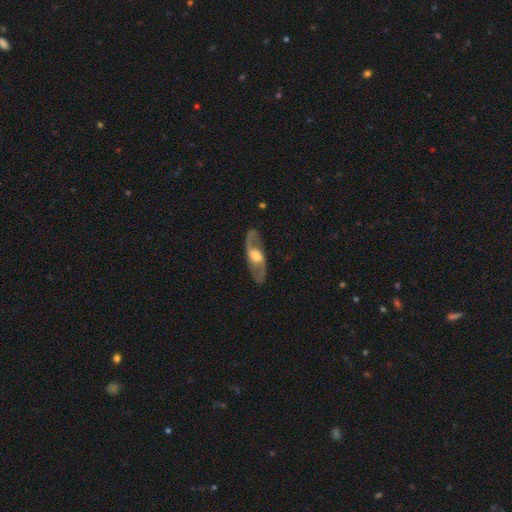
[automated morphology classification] This appears to be a featured or disk galaxy (80%) with no bar (53%), 2 (91%) loose (44%, tied with medium) spiral arms (86%) and a moderate central bulge (52%). Merging: none (85%).